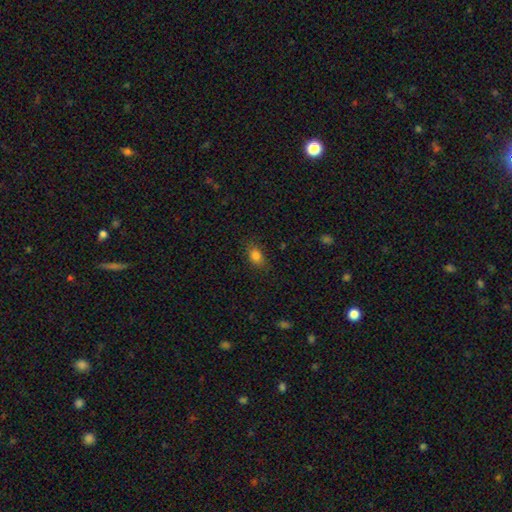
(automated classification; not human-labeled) Smooth or featured? smooth (83%)
How rounded? in between (77%)
Merging? none (83%)